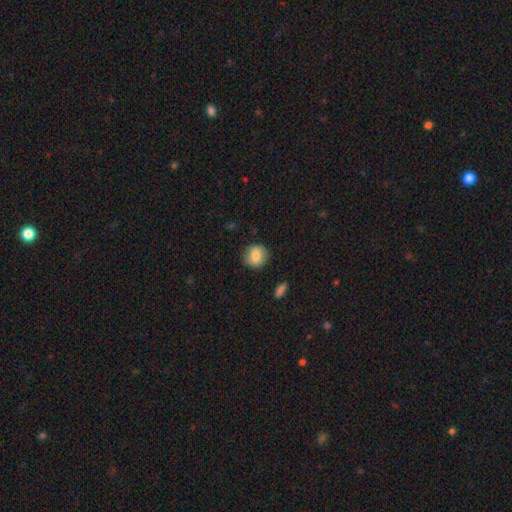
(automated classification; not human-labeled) Smooth or featured: smooth — 81% (featured or disk — 11%)
How rounded: round — 79% (in between — 19%)
Merging: none — 84% (minor disturbance — 12%)